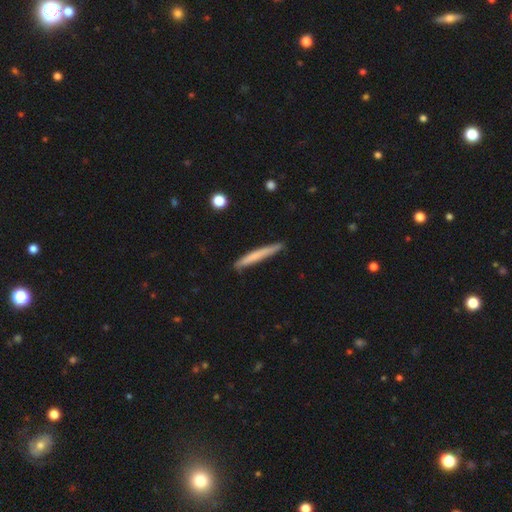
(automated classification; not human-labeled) This is likely a smooth galaxy (67%). How rounded: clearly cigar-shaped (96%). Merging: clearly none (85%).